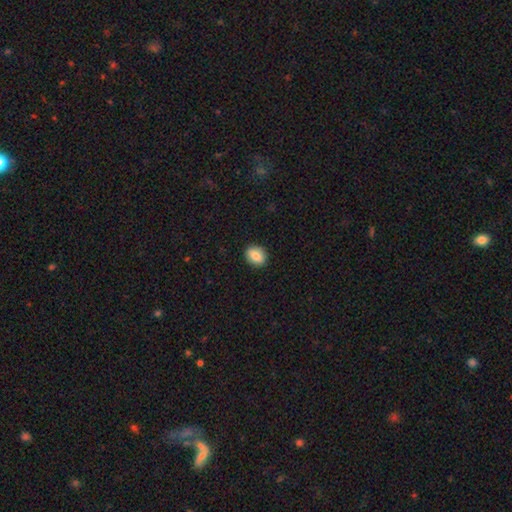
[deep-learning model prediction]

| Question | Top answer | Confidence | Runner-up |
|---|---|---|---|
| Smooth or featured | smooth | 85% | star or artifact (8%) |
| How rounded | in between | 57% | round (42%) |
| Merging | none | 90% | minor disturbance (7%) |